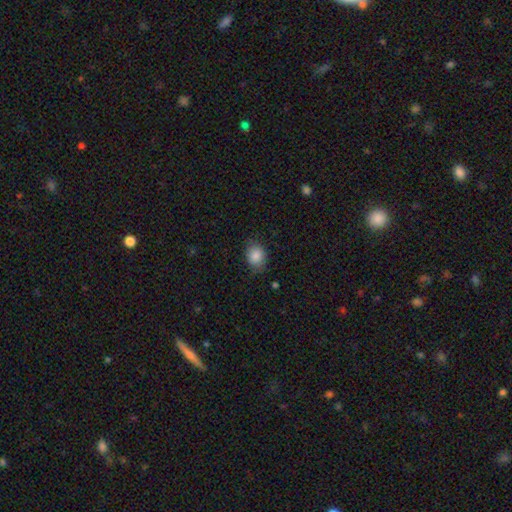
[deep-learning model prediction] Q: Smooth or featured?
A: smooth (86%); runner-up: star or artifact (8%)
Q: How rounded?
A: in between (54%); runner-up: round (45%)
Q: Merging?
A: none (76%); runner-up: minor disturbance (18%)